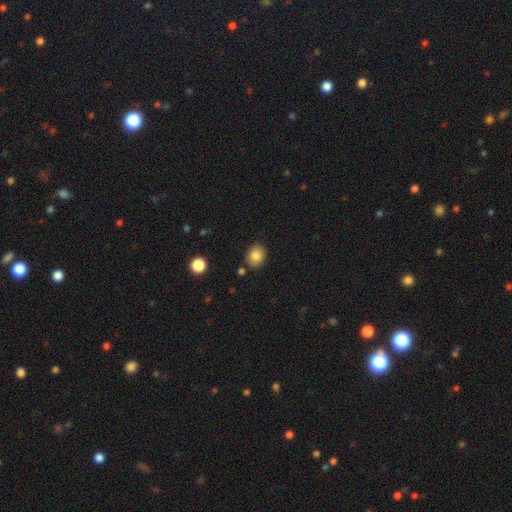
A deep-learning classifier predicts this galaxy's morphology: Smooth or featured?
  - smooth: 84% *
  - star or artifact: 9%
  - featured or disk: 6%
How rounded?
  - in between: 50% *
  - round: 49%
  - cigar-shaped: 1%
Merging?
  - none: 82% *
  - minor disturbance: 11%
  - merger: 4%
  - major disturbance: 3%